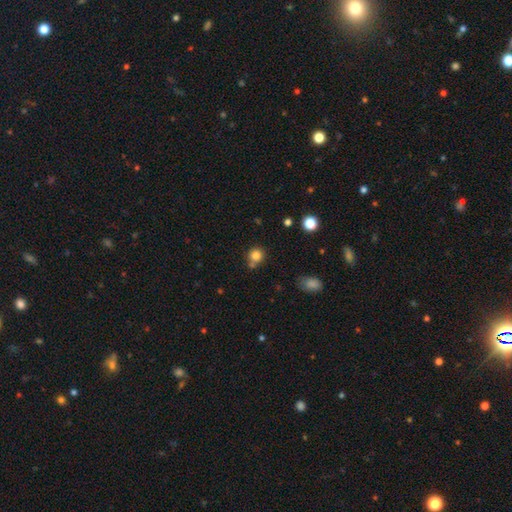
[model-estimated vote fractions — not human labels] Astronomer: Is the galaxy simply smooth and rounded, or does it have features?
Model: smooth — 82%.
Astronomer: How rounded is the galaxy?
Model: round — 88%.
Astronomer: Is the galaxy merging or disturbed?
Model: none — 66%.